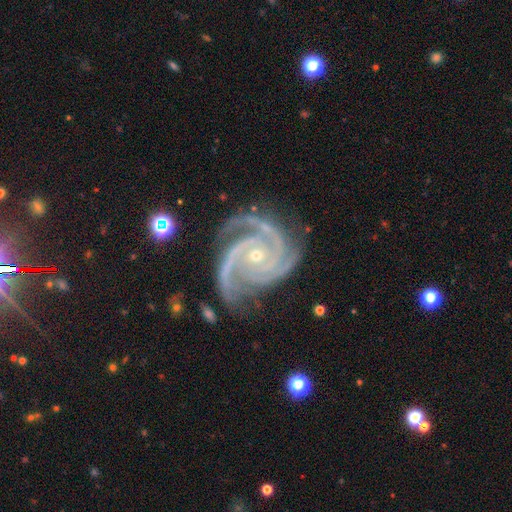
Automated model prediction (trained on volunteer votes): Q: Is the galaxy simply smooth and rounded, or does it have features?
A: featured or disk — 94%.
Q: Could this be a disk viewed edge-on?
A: no — 98%.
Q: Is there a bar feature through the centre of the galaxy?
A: no — 71%.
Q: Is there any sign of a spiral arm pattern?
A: yes — 99%.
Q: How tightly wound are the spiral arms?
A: tight — 64%.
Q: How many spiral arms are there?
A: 3 — 64%.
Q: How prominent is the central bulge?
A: small — 73%.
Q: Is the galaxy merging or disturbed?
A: none — 73%.